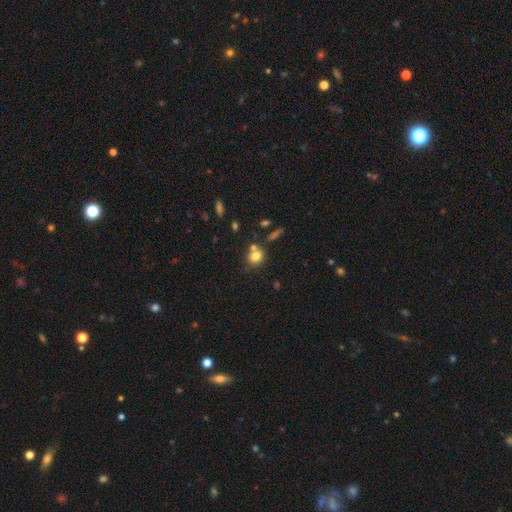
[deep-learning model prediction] Overall: smooth (77%). How rounded: round (72%). Merging: none (56%; merger 27%).